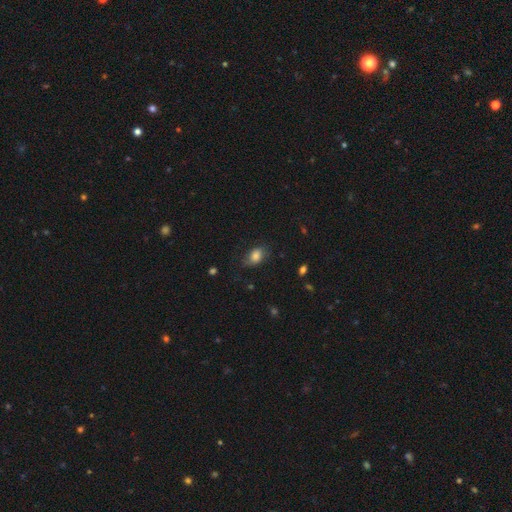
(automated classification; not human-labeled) Morphology: type=smooth (81%); roundness=in between (76%); merging=none (63%).